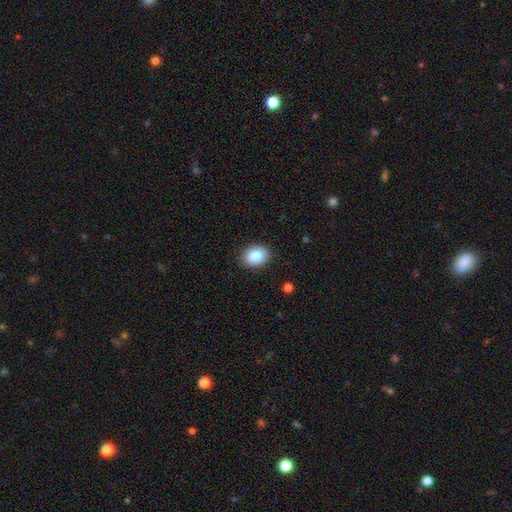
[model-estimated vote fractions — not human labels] The model was most divided on "how rounded": in between: 66%, round: 33%, cigar-shaped: 1%. More confident: smooth or featured — smooth (87%); merging — none (87%).